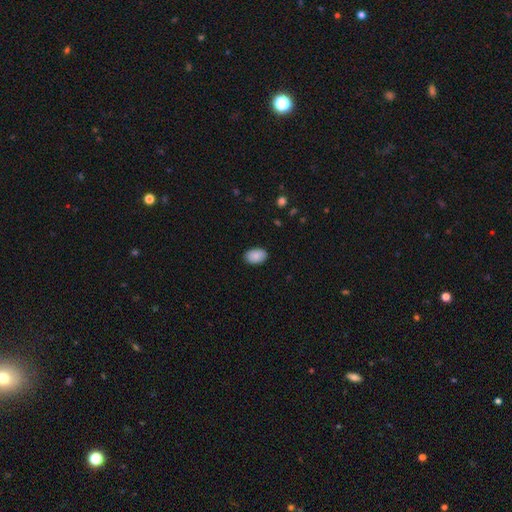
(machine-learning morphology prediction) Smooth or featured?
  - smooth: 87% *
  - star or artifact: 7%
  - featured or disk: 6%
How rounded?
  - in between: 89% *
  - round: 10%
  - cigar-shaped: 1%
Merging?
  - none: 87% *
  - minor disturbance: 10%
  - major disturbance: 2%
  - merger: 1%